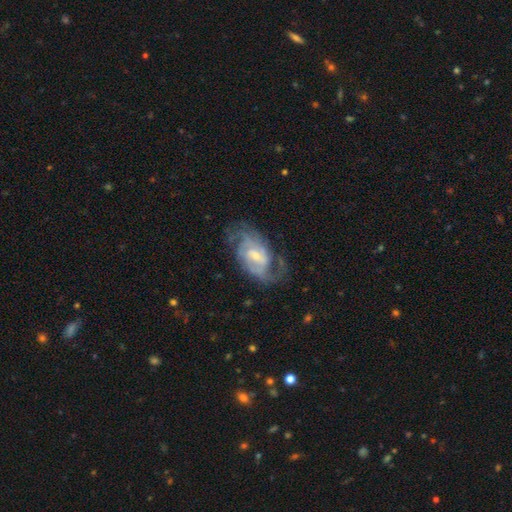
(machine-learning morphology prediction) smooth_or_featured: featured or disk (p=0.86) [alt: smooth p=0.08]
disk_edge_on: no (p=0.96) [alt: yes p=0.04]
bar: weak (p=0.55) [alt: no p=0.28]
has_spiral_arms: yes (p=0.95) [alt: no p=0.05]
spiral_winding: medium (p=0.46) [alt: tight p=0.42]
spiral_arm_count: 2 (p=0.41) [alt: can't tell p=0.24]
bulge_size: small (p=0.49) [alt: moderate p=0.41]
merging: none (p=0.66) [alt: minor disturbance p=0.19]